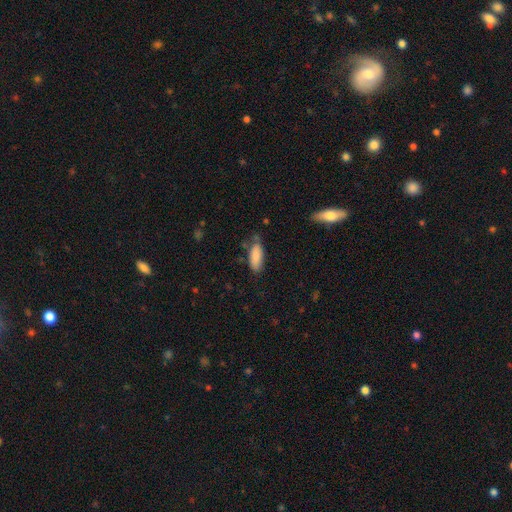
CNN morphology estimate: Smooth or featured? Predicted: smooth (p=0.87). How rounded? Predicted: in between (p=0.78). Merging? Predicted: none (p=0.67).